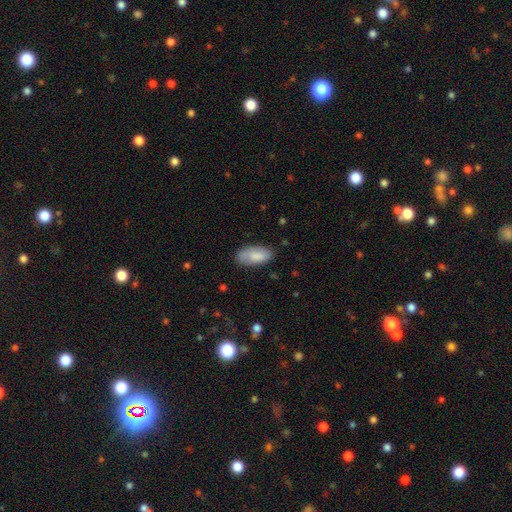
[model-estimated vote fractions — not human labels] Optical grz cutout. It shows a smooth galaxy with no disk features (83%) that is in between round and cigar-shaped (91%). Merging: none (76%).